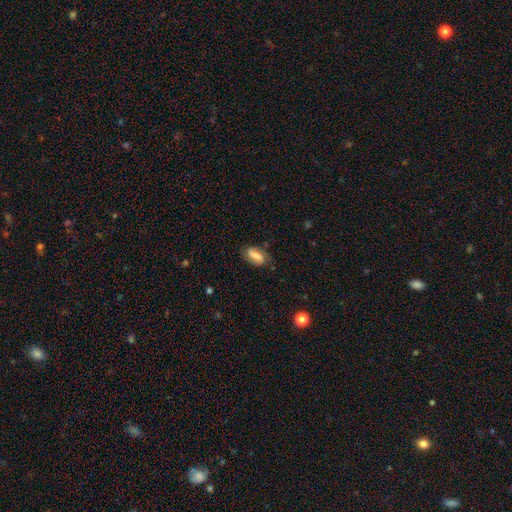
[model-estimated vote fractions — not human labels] Morphology: type=smooth (55%); roundness=in between (84%); merging=none (73%).